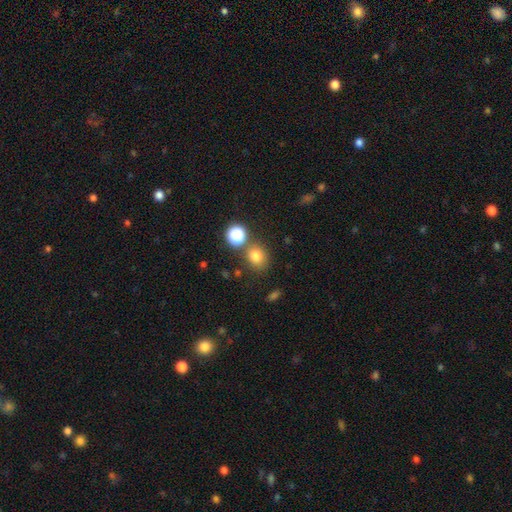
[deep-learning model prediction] Q: Smooth or featured?
A: smooth (76%); runner-up: star or artifact (17%)
Q: How rounded?
A: round (72%); runner-up: in between (27%)
Q: Merging?
A: none (75%); runner-up: merger (11%)